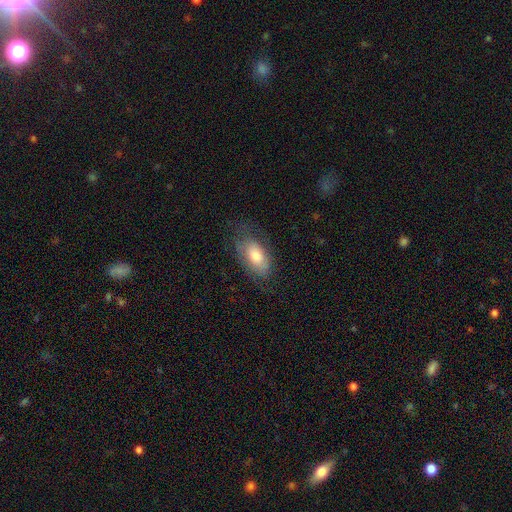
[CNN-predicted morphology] Smooth or featured?
  - smooth: 60% *
  - featured or disk: 32%
  - star or artifact: 8%
How rounded?
  - in between: 91% *
  - round: 5%
  - cigar-shaped: 4%
Merging?
  - none: 67% *
  - minor disturbance: 21%
  - major disturbance: 11%
  - merger: 1%